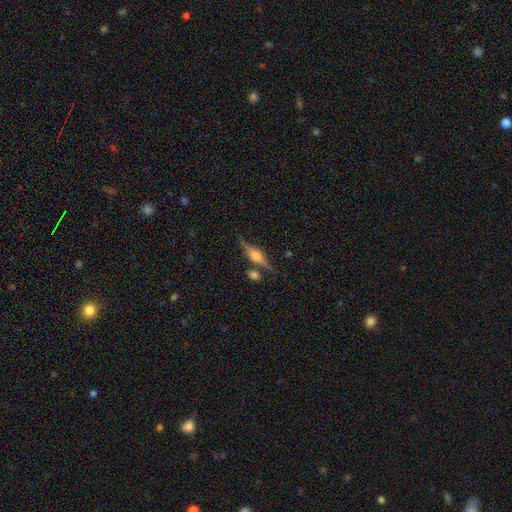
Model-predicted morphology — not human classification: Smooth or featured: featured or disk — 78% (smooth — 15%)
Edge-on disk: yes — 96% (no — 4%)
Edge-on bulge: rounded — 88% (boxy — 10%)
Merging: none — 78% (minor disturbance — 11%)